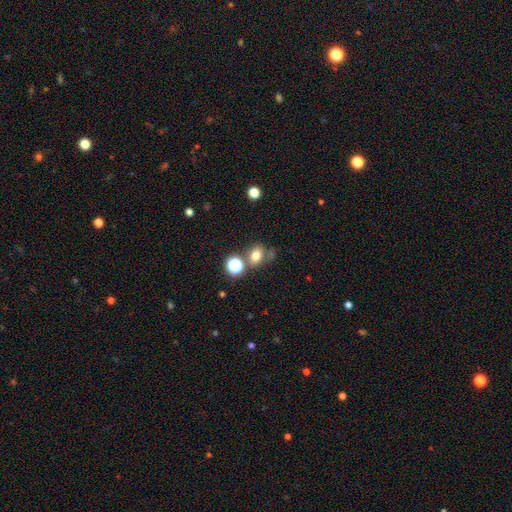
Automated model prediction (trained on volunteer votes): This appears to be a smooth galaxy with no disk features (73%) that is in between round and cigar-shaped (56%). Merging: none (57%).